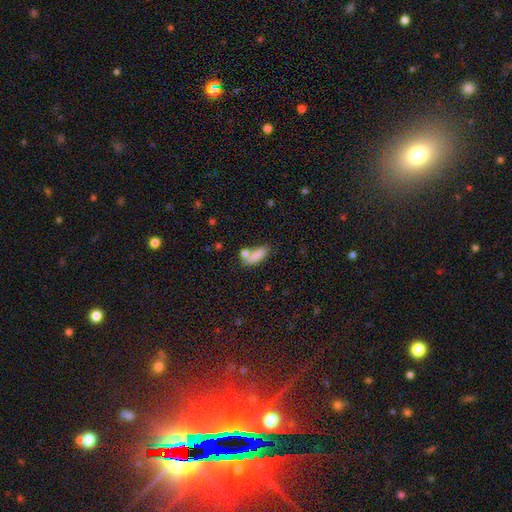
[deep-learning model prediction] The model was most divided on "merging": none: 46%, merger: 29%, minor disturbance: 17%, major disturbance: 8%. More confident: smooth or featured — smooth (80%); how rounded — in between (65%).